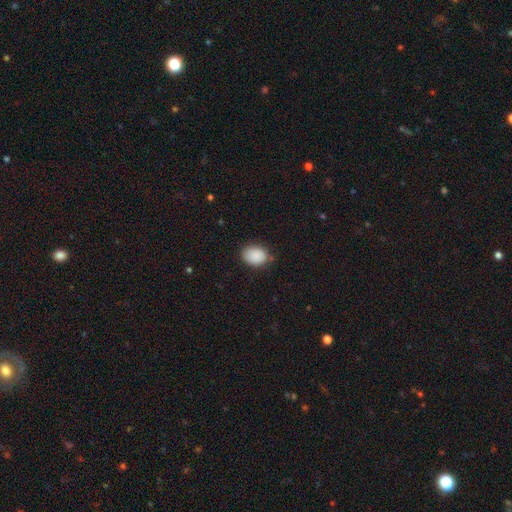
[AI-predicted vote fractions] A smooth galaxy with no disk features (89%) that is in between round and cigar-shaped (69%). Merging: none (79%).